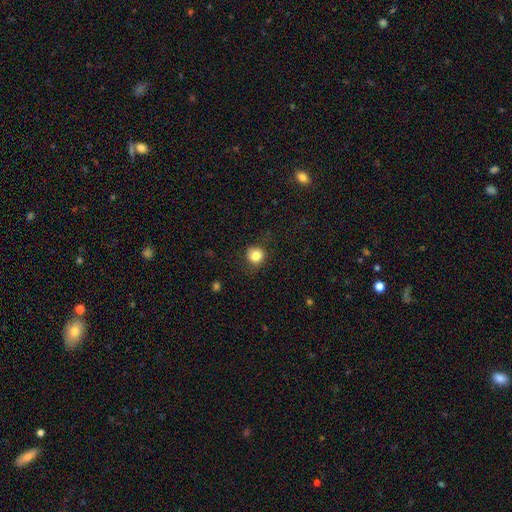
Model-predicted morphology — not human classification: smooth-or-featured: smooth: 83% | star or artifact: 11% | featured or disk: 6%
  how-rounded: round: 87% | in between: 12% | cigar-shaped: 1%
  merging: none: 80% | minor disturbance: 14% | major disturbance: 5% | merger: 1%